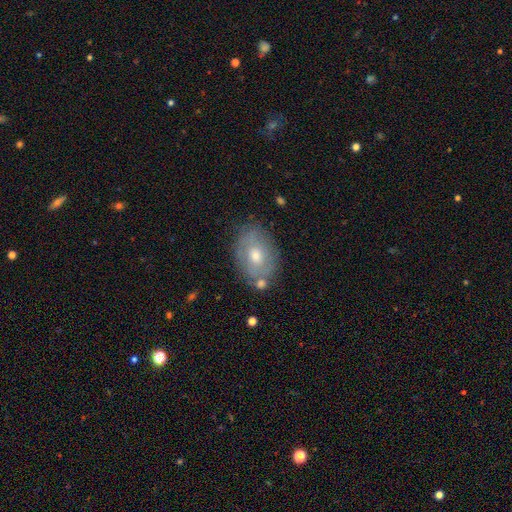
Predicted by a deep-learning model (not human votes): The model was most divided on "smooth or featured": smooth: 50%, featured or disk: 41%, star or artifact: 9%. More confident: merging — none (73%).